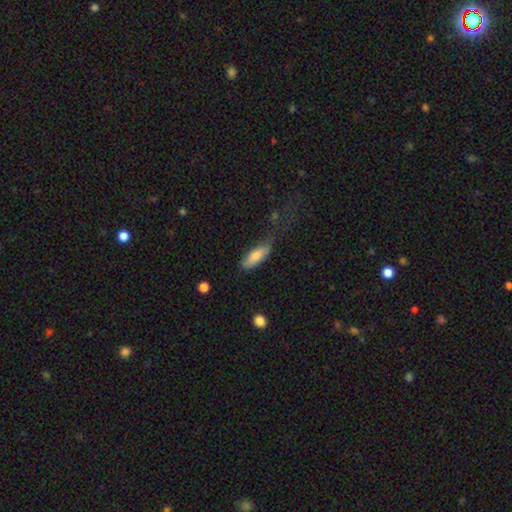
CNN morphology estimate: Smooth or featured? smooth (79%)
How rounded? in between (62%)
Merging? none (50%)